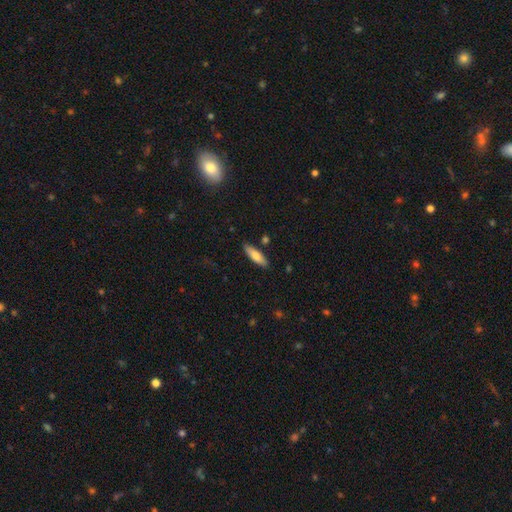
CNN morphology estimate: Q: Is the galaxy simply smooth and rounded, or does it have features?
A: smooth — 75%.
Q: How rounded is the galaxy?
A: cigar-shaped — 52%.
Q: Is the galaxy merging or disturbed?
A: none — 86%.